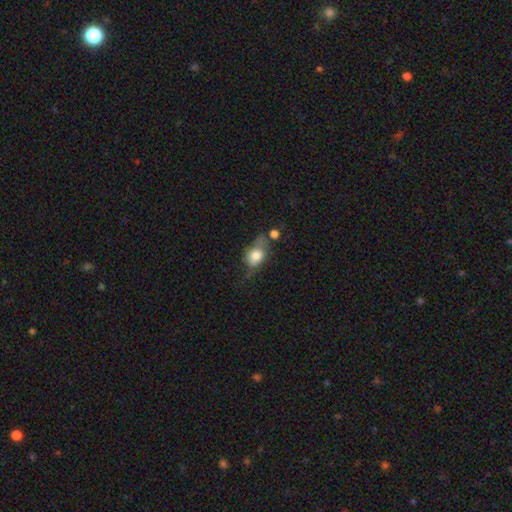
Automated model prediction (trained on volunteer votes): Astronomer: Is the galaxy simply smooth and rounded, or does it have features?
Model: smooth — 72%.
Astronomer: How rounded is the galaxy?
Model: in between — 68%.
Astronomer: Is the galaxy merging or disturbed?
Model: none — 36% (runner-up: minor disturbance, 30%).